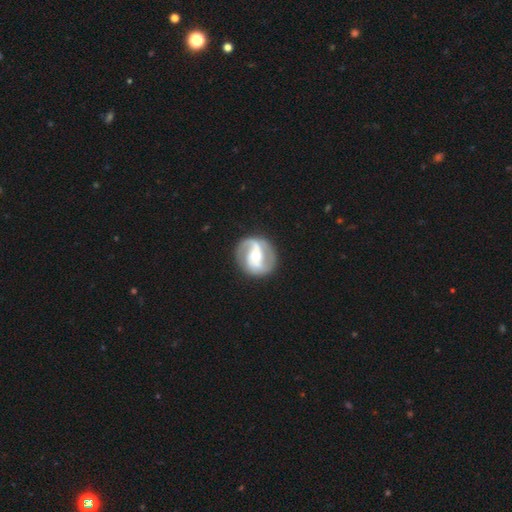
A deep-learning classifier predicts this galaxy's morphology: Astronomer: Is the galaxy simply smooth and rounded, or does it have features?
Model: featured or disk — 84%.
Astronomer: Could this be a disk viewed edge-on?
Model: no — 97%.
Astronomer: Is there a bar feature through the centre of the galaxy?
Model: strong — 38% (runner-up: weak, 34%).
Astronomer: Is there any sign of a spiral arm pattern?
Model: yes — 92%.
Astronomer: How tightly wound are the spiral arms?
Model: medium — 47% (runner-up: tight, 31%).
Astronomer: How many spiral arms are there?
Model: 2 — 89%.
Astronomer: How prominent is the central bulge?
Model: moderate — 63%.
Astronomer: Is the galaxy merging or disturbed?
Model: none — 84%.